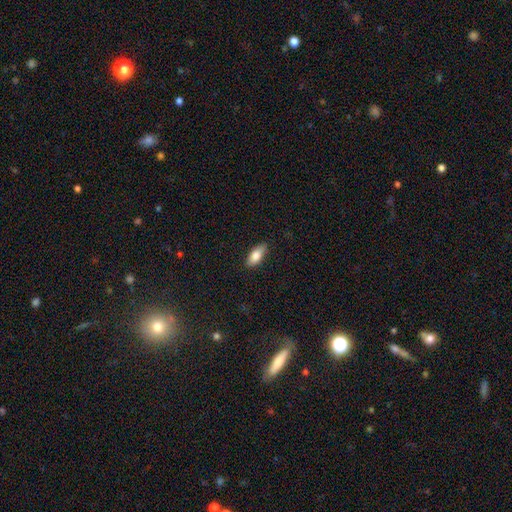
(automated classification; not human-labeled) smooth-or-featured: smooth: 80% | featured or disk: 14% | star or artifact: 6%
  how-rounded: in between: 82% | cigar-shaped: 16% | round: 3%
  merging: none: 84% | minor disturbance: 12% | major disturbance: 2% | merger: 1%